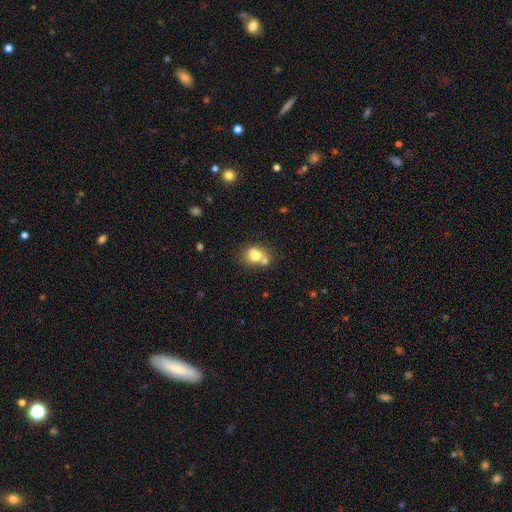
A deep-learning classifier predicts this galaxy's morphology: This is likely a smooth galaxy (73%). How rounded: likely round (61%). Merging: marginally merger (43%).